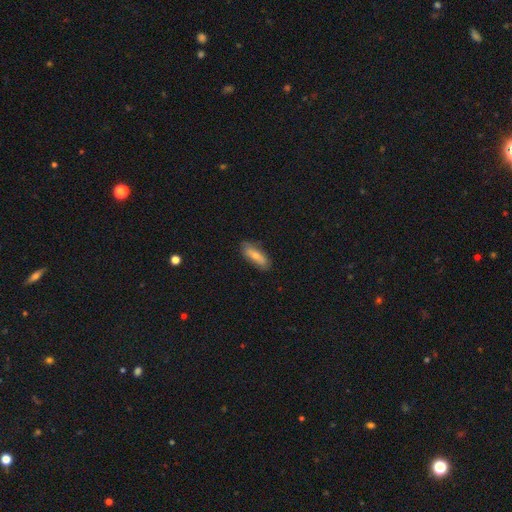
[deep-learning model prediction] Smooth or featured? Predicted: smooth (p=0.66). How rounded? Predicted: in between (p=0.59). Merging? Predicted: none (p=0.81).